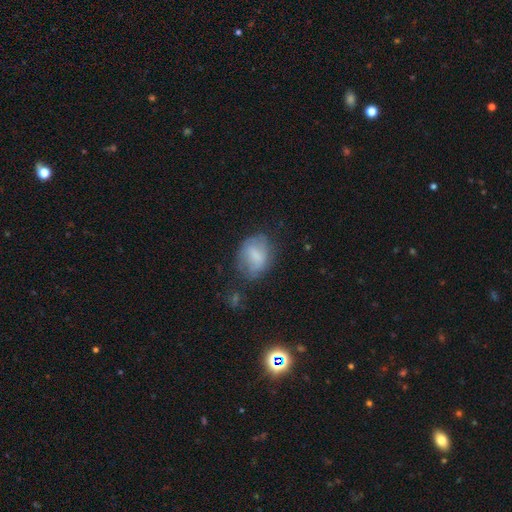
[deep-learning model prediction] Smooth or featured: smooth — 66% (featured or disk — 25%)
How rounded: in between — 68% (round — 30%)
Merging: none — 59% (minor disturbance — 27%)